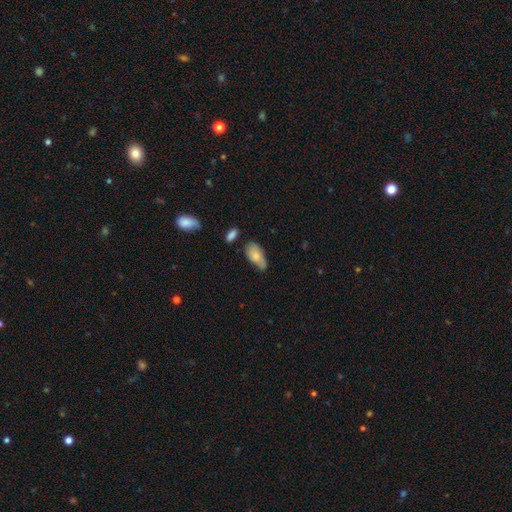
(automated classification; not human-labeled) Smooth or featured?
  - smooth: 73% *
  - featured or disk: 20%
  - star or artifact: 7%
How rounded?
  - in between: 92% *
  - cigar-shaped: 5%
  - round: 3%
Merging?
  - none: 47% *
  - minor disturbance: 39%
  - major disturbance: 9%
  - merger: 5%